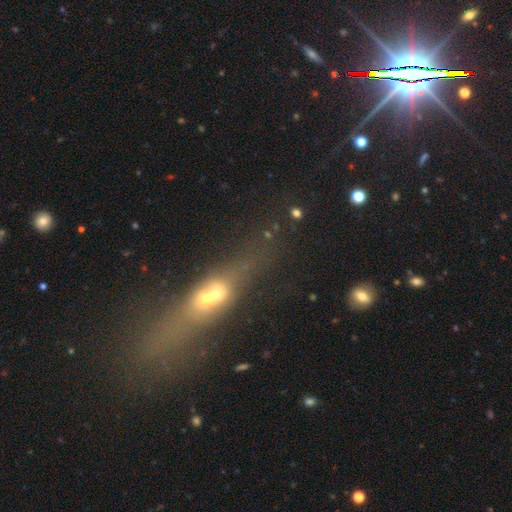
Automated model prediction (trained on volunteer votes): The model was most divided on "smooth or featured": featured or disk: 45%, smooth: 32%, star or artifact: 23%. Remaining: merging — none (48%).